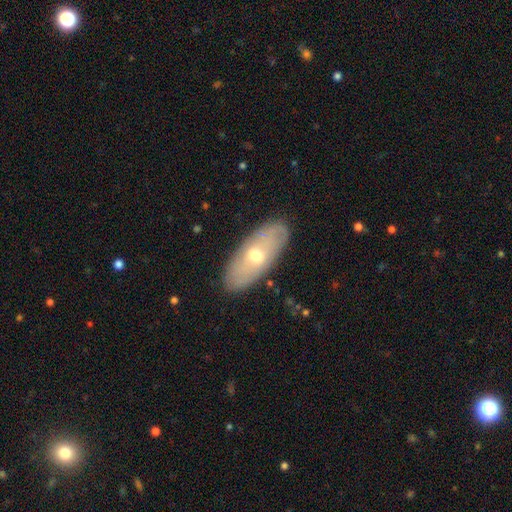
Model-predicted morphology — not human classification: type=smooth (52%); roundness=in between (82%); merging=none (85%).